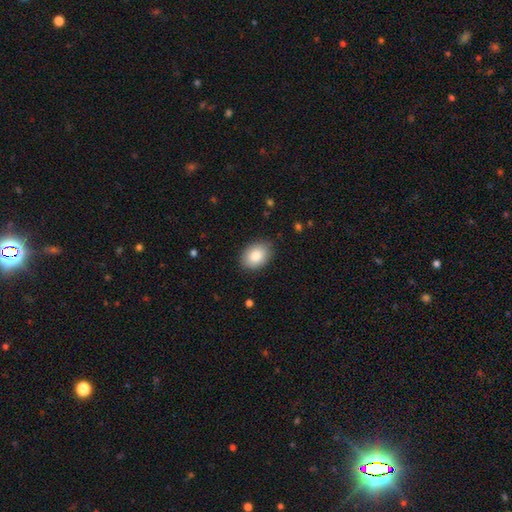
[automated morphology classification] Overall: smooth (85%). How rounded: in between (78%). Merging: none (86%).